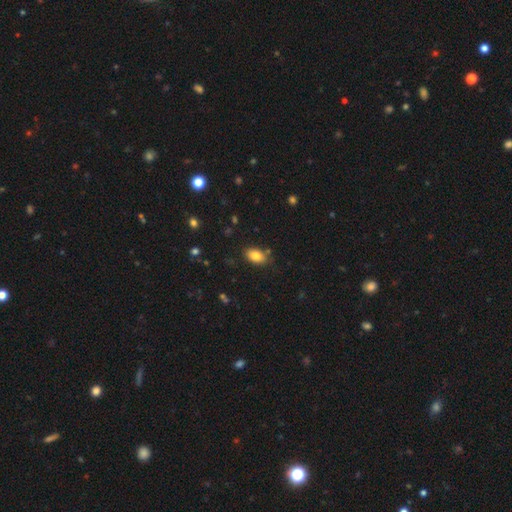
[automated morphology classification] Overall: smooth (83%). How rounded: in between (90%). Merging: none (81%).